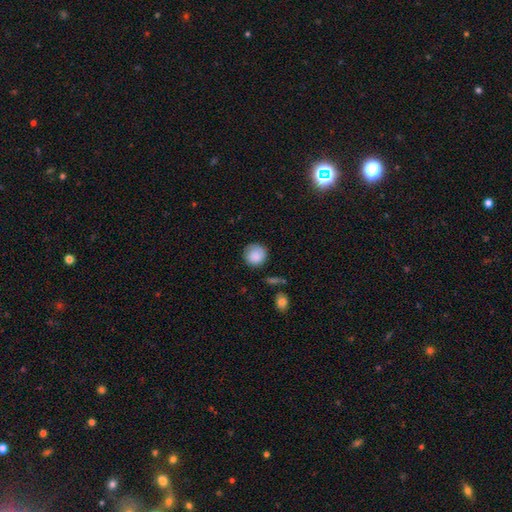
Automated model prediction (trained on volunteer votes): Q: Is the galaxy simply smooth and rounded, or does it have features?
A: smooth — 86%.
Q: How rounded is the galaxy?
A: round — 91%.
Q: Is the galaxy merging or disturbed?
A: none — 78%.